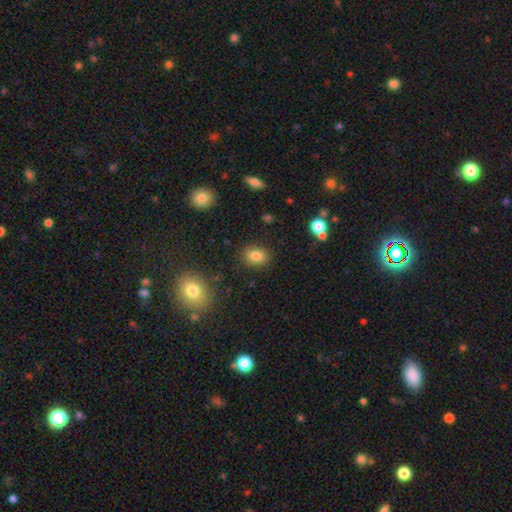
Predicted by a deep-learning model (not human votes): This is clearly a smooth galaxy (82%). How rounded: likely in between (62%). Merging: clearly none (86%).